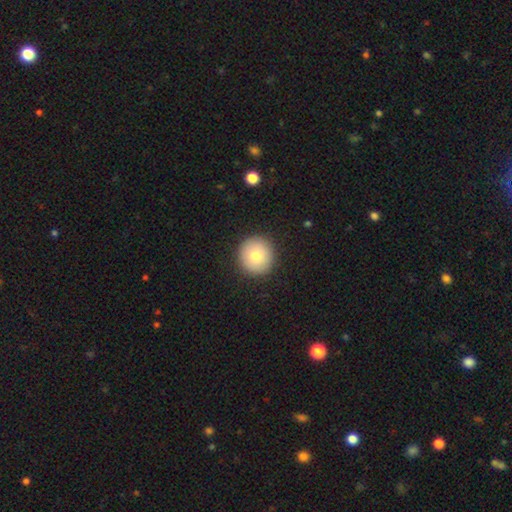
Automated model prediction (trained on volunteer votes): A smooth galaxy with no disk features (79%) that is round (95%). Merging: none (92%).